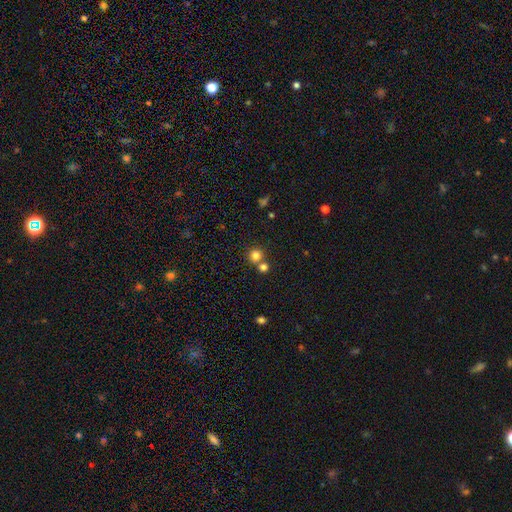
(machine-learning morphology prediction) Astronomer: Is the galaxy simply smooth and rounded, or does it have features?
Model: smooth — 80%.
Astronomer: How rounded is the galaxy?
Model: round — 92%.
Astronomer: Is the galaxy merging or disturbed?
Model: none — 60%.